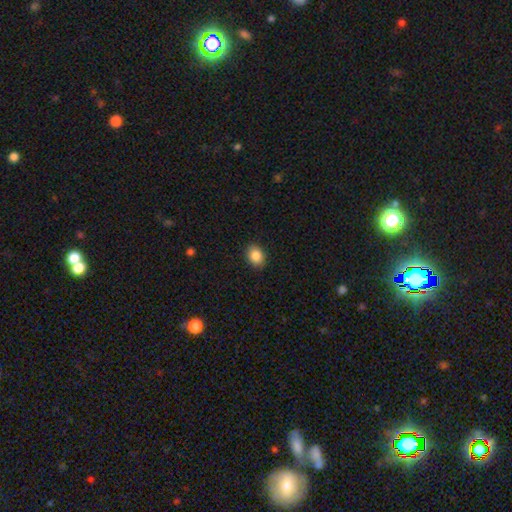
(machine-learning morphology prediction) Smooth or featured? Predicted: smooth (p=0.87). How rounded? Predicted: in between (p=0.61). Merging? Predicted: none (p=0.89).